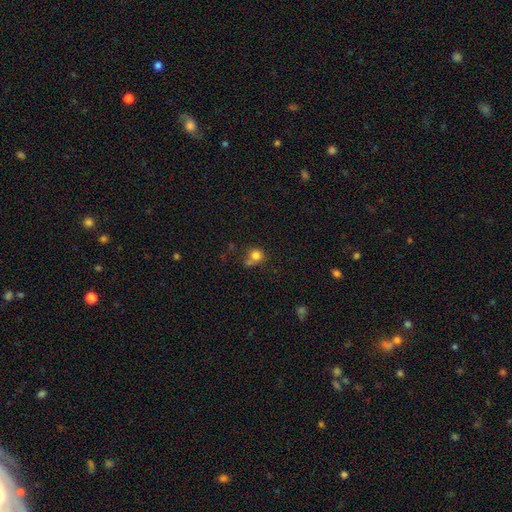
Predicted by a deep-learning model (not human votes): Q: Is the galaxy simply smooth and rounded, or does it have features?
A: smooth — 79%.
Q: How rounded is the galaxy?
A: round — 85%.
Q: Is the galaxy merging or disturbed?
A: none — 52%.